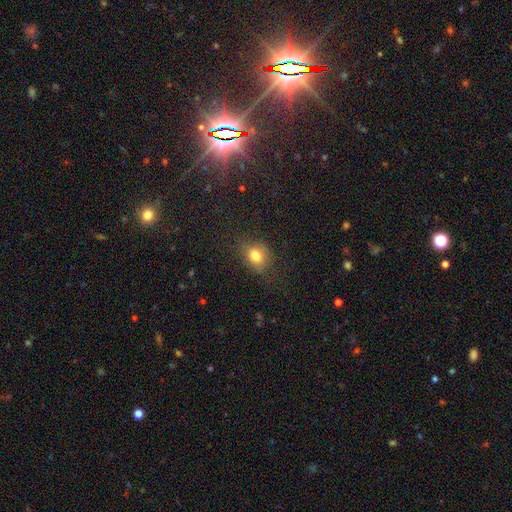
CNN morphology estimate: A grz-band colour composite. It shows a smooth galaxy with no disk features (80%) that is round (51%). Merging: none (73%).